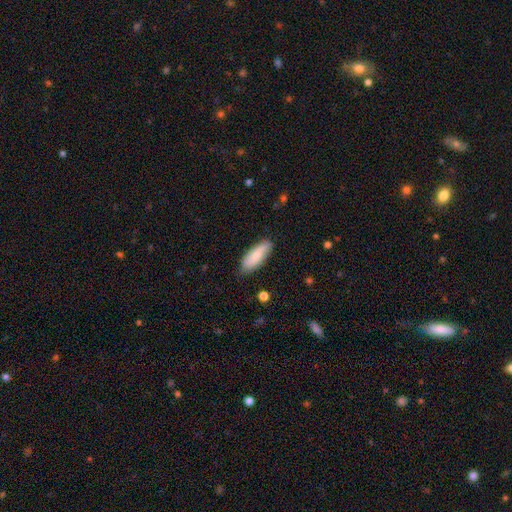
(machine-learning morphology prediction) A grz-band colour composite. It shows a smooth galaxy with no disk features (75%) that is in between round and cigar-shaped (67%). Merging: none (81%).